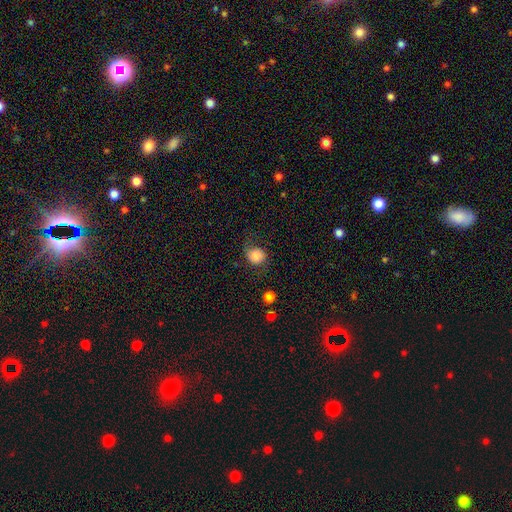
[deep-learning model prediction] Smooth or featured? smooth (78%)
How rounded? round (77%)
Merging? none (66%)